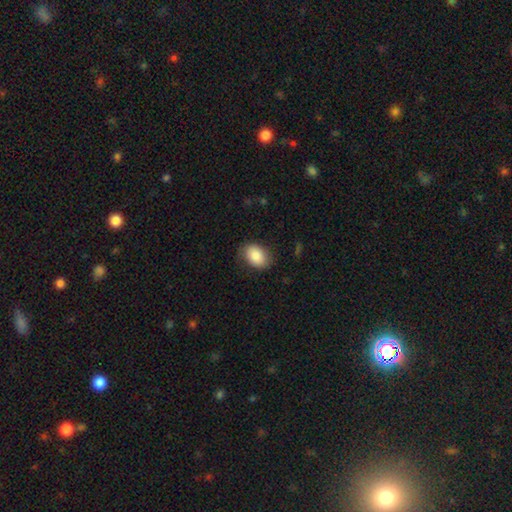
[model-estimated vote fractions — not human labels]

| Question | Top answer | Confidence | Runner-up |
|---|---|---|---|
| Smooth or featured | smooth | 83% | featured or disk (10%) |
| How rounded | in between | 77% | round (22%) |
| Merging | none | 74% | minor disturbance (19%) |